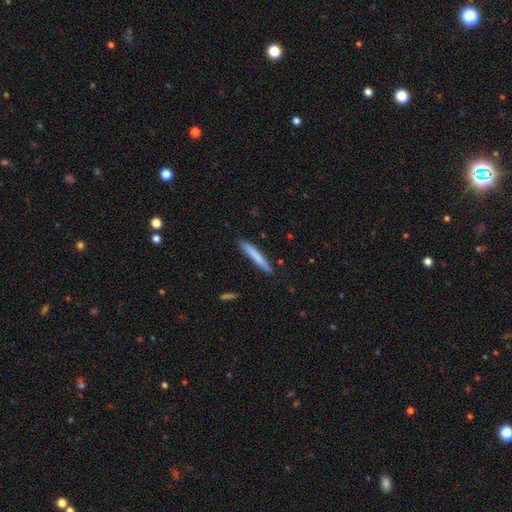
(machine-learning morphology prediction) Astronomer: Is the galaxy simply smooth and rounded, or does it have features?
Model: smooth — 74%.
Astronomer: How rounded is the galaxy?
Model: cigar-shaped — 96%.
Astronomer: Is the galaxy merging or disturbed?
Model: none — 88%.